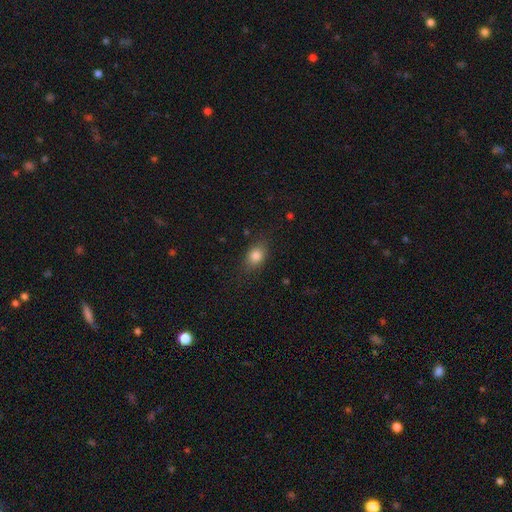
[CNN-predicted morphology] This is clearly a smooth galaxy (82%). How rounded: likely in between (70%). Merging: likely none (79%).